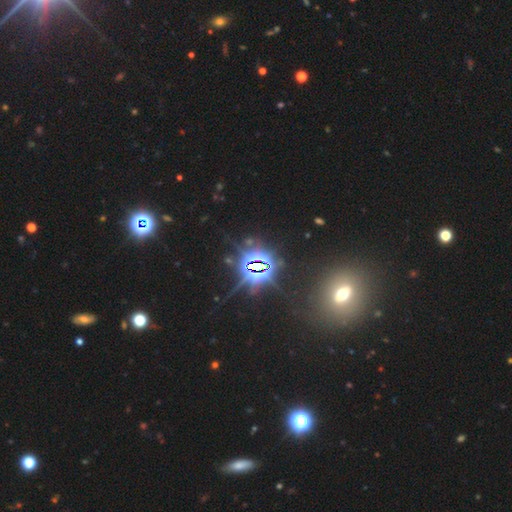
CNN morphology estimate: A star or artifact, not a galaxy (77%).

Vote fractions:
- Smooth or featured? star or artifact: 77% / smooth: 14% / featured or disk: 9%